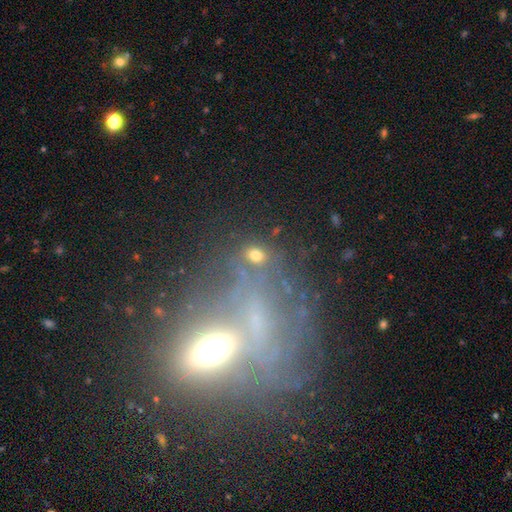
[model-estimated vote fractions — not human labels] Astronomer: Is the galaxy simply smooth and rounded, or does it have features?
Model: featured or disk — 35% (runner-up: smooth, 33%).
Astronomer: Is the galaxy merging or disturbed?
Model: none — 63%.